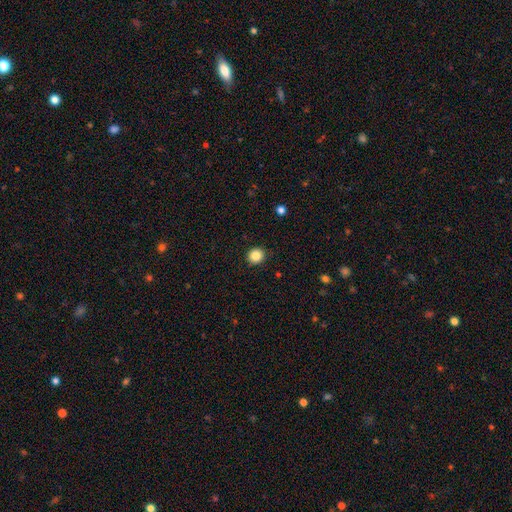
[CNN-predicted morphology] The model was most divided on "smooth or featured": smooth: 85%, star or artifact: 10%, featured or disk: 5%. More confident: merging — none (92%); how rounded — round (89%).